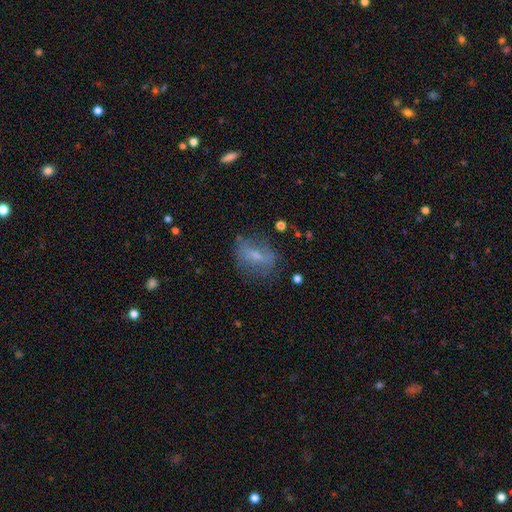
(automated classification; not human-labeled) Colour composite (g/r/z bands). It shows a smooth galaxy with no disk features (53%) that is in between round and cigar-shaped (71%). Merging: none (54%).